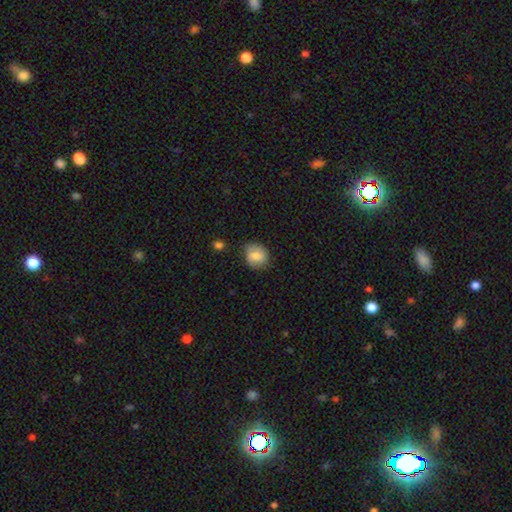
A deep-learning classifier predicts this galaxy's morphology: Smooth or featured: smooth — 75% (featured or disk — 17%)
How rounded: round — 72% (in between — 27%)
Merging: none — 76% (minor disturbance — 19%)